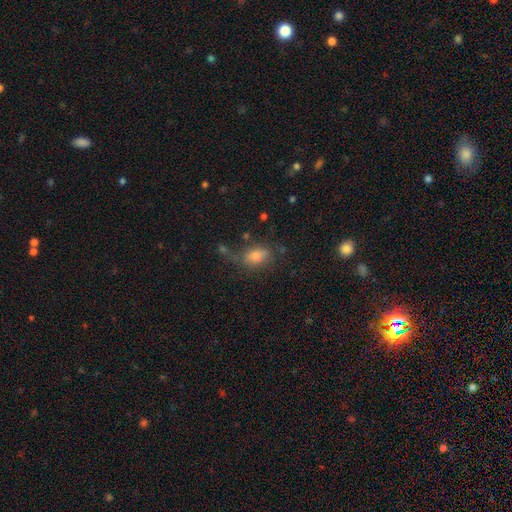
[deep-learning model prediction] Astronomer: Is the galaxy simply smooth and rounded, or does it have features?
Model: smooth — 71%.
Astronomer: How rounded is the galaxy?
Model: in between — 81%.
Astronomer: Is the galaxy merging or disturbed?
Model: none — 57%.